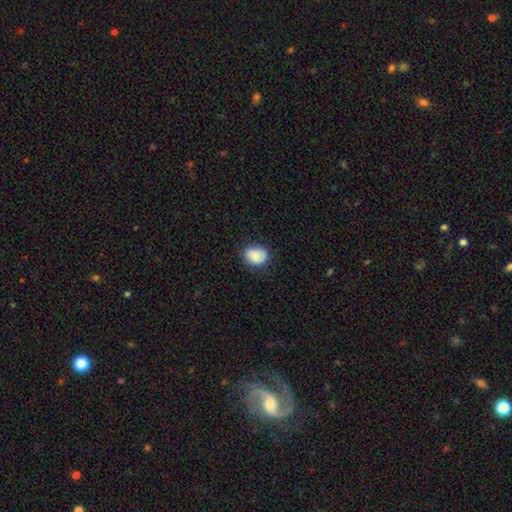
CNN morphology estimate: This appears to be a smooth galaxy with no disk features (85%) that is in between round and cigar-shaped (50%). Merging: none (78%).